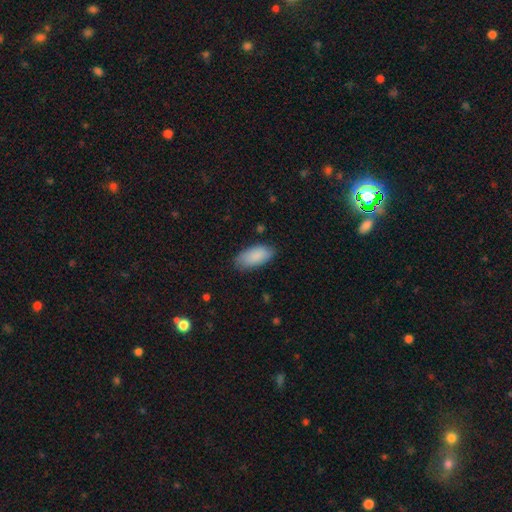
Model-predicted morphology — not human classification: A smooth galaxy with no disk features (89%) that is in between round and cigar-shaped (92%). Merging: none (81%).